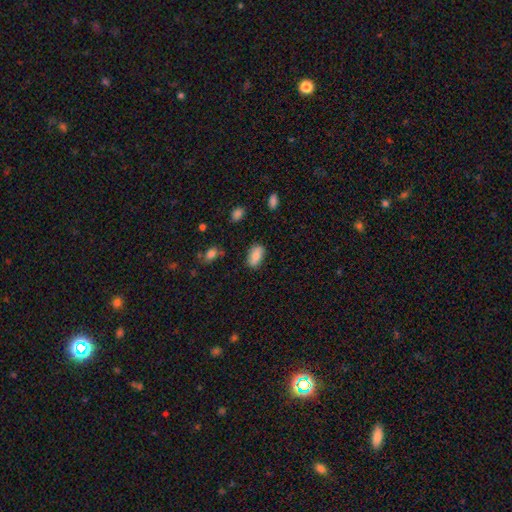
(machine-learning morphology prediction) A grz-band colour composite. It shows a smooth galaxy with no disk features (84%) that is in between round and cigar-shaped (92%). Merging: none (82%).